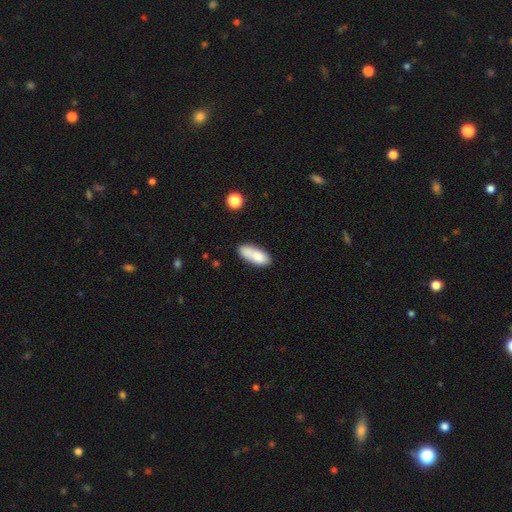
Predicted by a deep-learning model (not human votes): Q: Smooth or featured?
A: smooth (81%); runner-up: featured or disk (12%)
Q: How rounded?
A: in between (76%); runner-up: cigar-shaped (22%)
Q: Merging?
A: none (62%); runner-up: minor disturbance (21%)